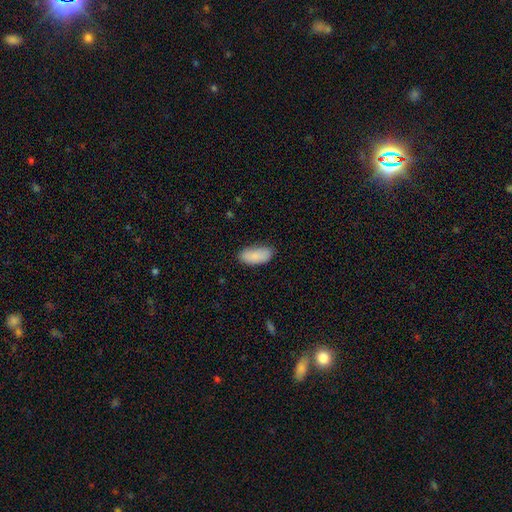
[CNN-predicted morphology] Smooth or featured? Predicted: smooth (p=0.88). How rounded? Predicted: in between (p=0.90). Merging? Predicted: none (p=0.78).